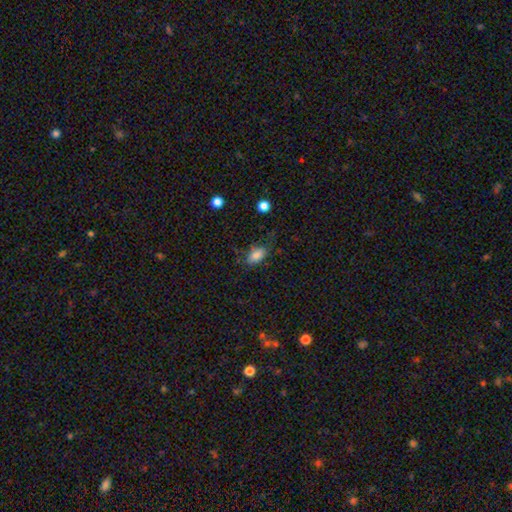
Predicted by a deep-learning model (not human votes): This is clearly a smooth galaxy (82%). How rounded: clearly in between (89%). Merging: likely none (66%).